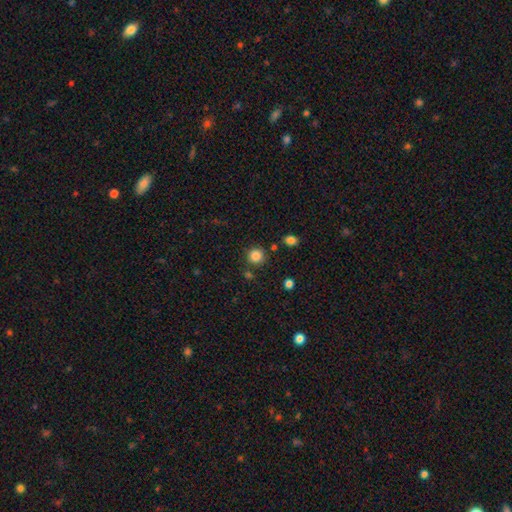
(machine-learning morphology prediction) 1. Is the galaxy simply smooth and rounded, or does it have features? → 84% smooth, 11% star or artifact, 4% featured or disk.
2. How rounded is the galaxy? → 92% round, 7% in between, 1% cigar-shaped.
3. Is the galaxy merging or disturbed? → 83% none, 8% minor disturbance, 6% merger, 3% major disturbance.